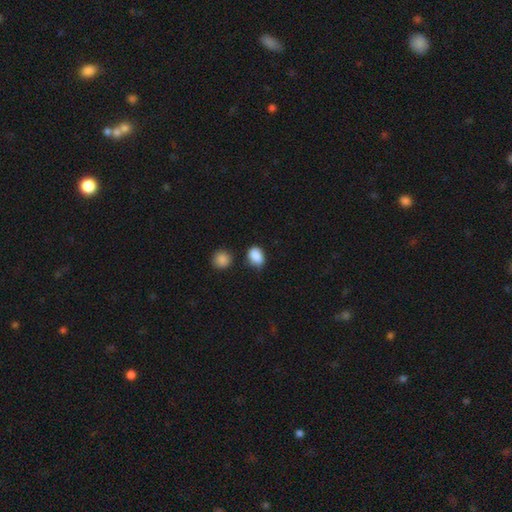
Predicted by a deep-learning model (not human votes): The model was most divided on "merging": none: 69%, minor disturbance: 22%, merger: 5%, major disturbance: 4%. More confident: smooth or featured — smooth (88%); how rounded — in between (73%).